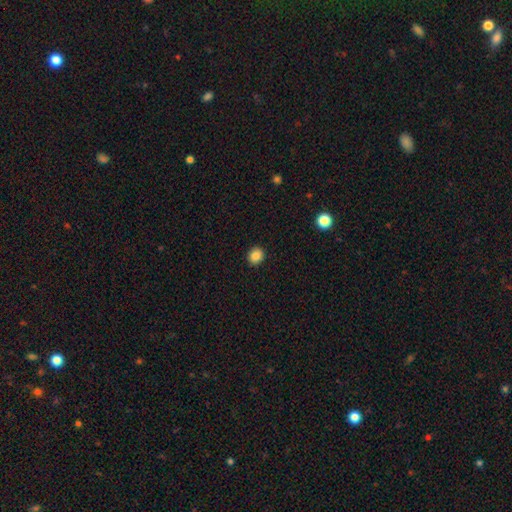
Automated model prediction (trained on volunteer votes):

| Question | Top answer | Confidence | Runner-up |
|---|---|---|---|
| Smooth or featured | smooth | 86% | star or artifact (10%) |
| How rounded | round | 81% | in between (18%) |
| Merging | none | 92% | minor disturbance (6%) |